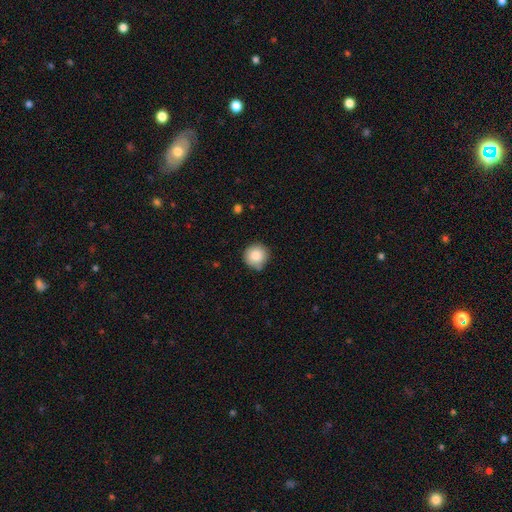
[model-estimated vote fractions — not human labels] This appears to be a smooth galaxy with no disk features (85%) that is round (95%). Merging: none (82%).